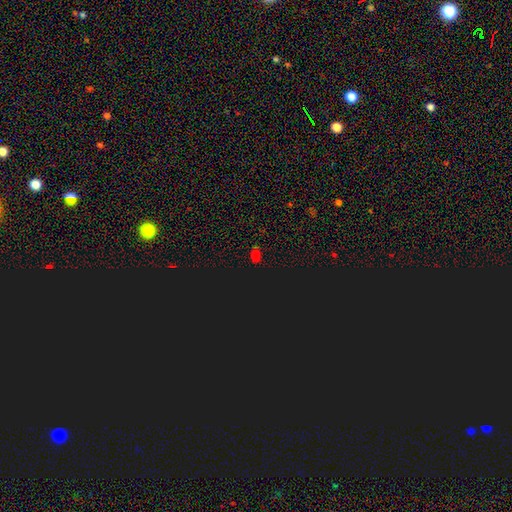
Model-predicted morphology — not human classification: type=star or artifact (56%).